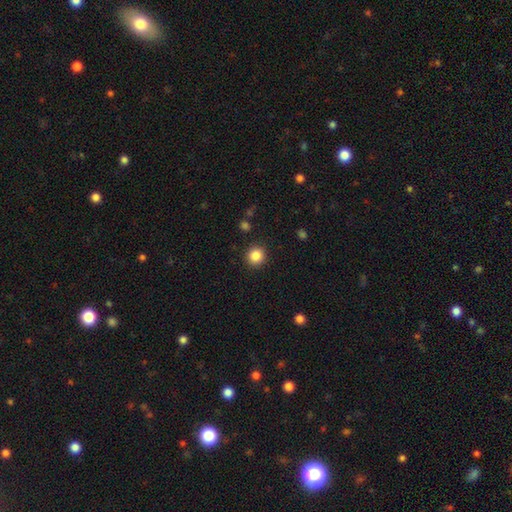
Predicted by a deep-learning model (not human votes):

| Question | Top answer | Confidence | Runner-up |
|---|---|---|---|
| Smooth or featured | smooth | 85% | star or artifact (10%) |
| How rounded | round | 92% | in between (7%) |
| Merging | none | 91% | minor disturbance (5%) |